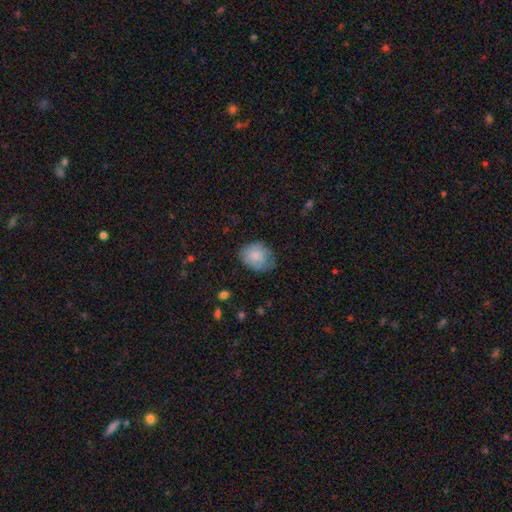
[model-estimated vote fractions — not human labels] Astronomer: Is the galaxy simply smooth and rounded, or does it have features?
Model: smooth — 80%.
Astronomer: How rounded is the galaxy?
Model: in between — 53% (runner-up: round, 46%).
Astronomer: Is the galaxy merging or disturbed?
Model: none — 70%.